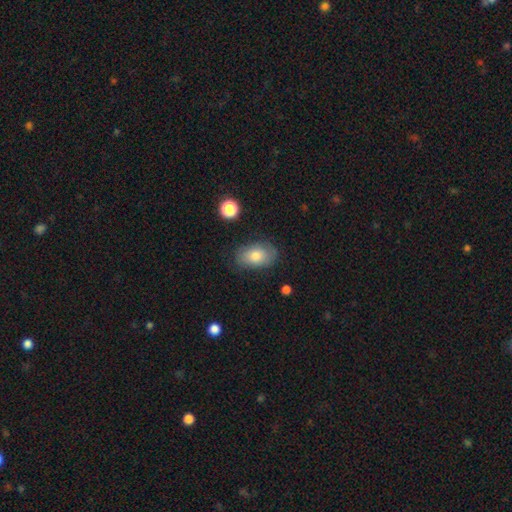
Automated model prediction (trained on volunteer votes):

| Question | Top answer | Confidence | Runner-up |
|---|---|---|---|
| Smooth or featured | smooth | 76% | featured or disk (15%) |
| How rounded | in between | 88% | round (10%) |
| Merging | none | 79% | minor disturbance (16%) |